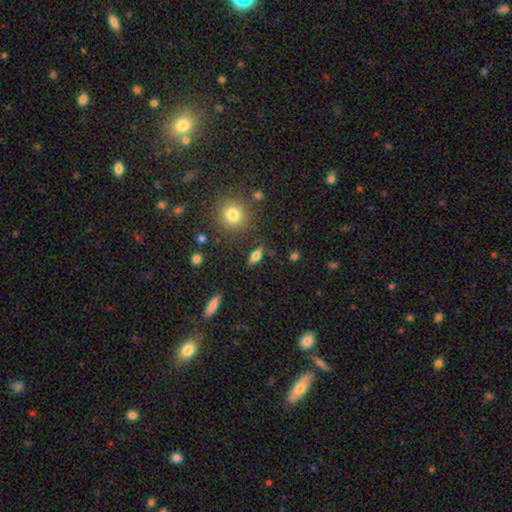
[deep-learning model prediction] A smooth galaxy with no disk features (68%) that is in between round and cigar-shaped (69%). Merging: none (83%).